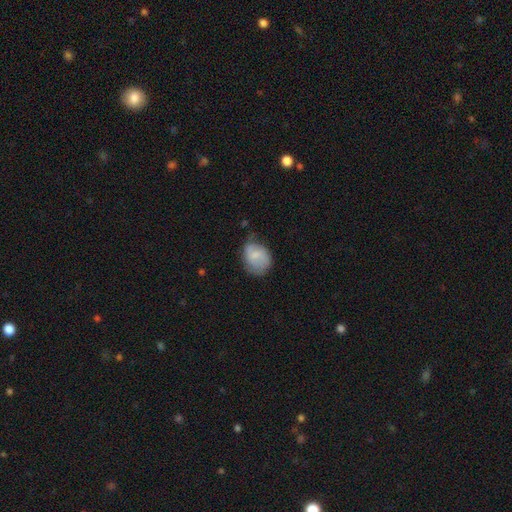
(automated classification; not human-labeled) smooth_or_featured: smooth (p=0.70) [alt: featured or disk p=0.23]
how_rounded: in between (p=0.59) [alt: round p=0.40]
merging: none (p=0.52) [alt: minor disturbance p=0.36]